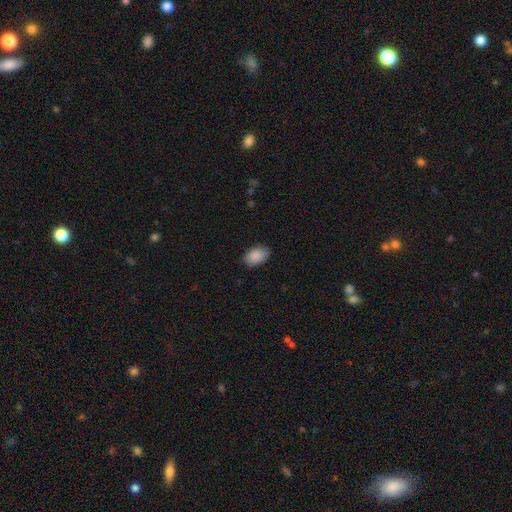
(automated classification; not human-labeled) smooth-or-featured: smooth: 89% | star or artifact: 7% | featured or disk: 4%
  how-rounded: in between: 90% | round: 9% | cigar-shaped: 1%
  merging: none: 83% | minor disturbance: 13% | major disturbance: 3% | merger: 1%